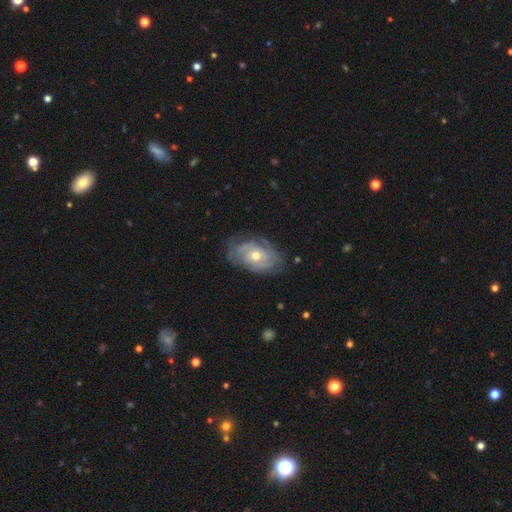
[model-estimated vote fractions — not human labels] Overall: featured or disk (75%). Edge-on disk: no (95%). Bar: no (80%). Spiral arms: yes (85%). Spiral arm count: can't tell (47%; 2 21%). Spiral winding: tight (66%). Bulge size: moderate (61%; small 35%). Merging: none (70%).